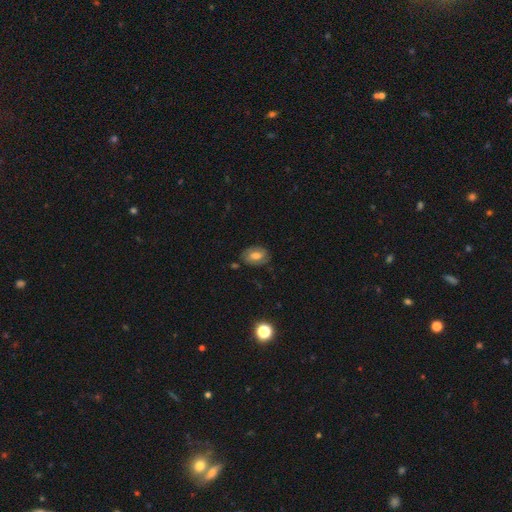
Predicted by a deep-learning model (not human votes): smooth 53%, featured or disk 37%, star or artifact 10%. Down the decision tree: how rounded — in between (79%); merging — none (76%).